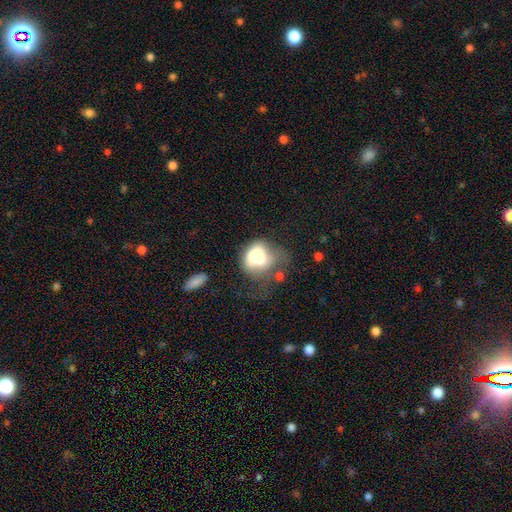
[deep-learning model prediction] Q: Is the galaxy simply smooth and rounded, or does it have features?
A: smooth — 65%.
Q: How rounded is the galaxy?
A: in between — 50%.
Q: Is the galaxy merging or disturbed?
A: major disturbance — 40%.